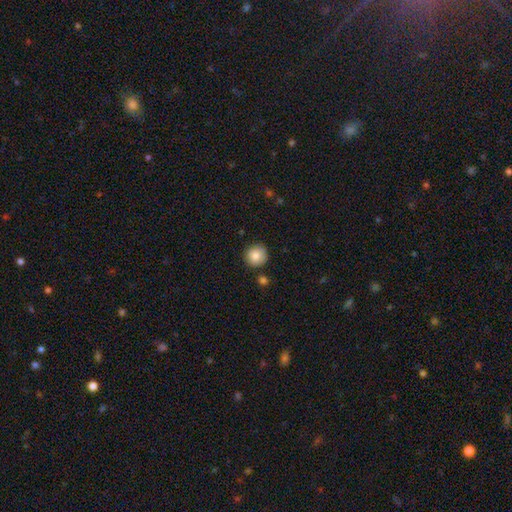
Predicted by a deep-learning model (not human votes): Overall: smooth (85%). How rounded: round (93%). Merging: none (83%).